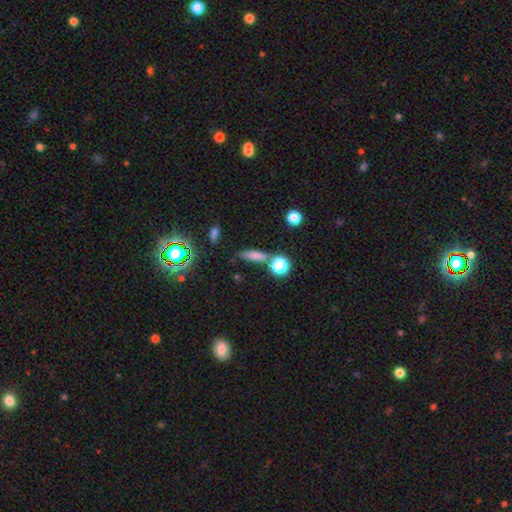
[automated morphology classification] Smooth or featured: smooth — 69% (star or artifact — 18%)
How rounded: cigar-shaped — 56% (in between — 31%)
Merging: none — 69% (minor disturbance — 14%)